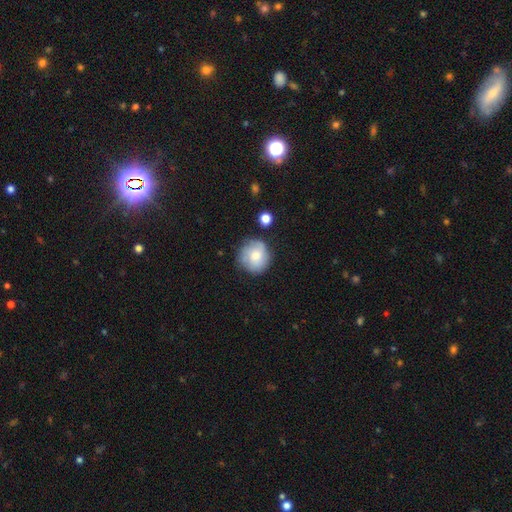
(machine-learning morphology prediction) A smooth galaxy with no disk features (64%) that is round (89%). Merging: none (70%).